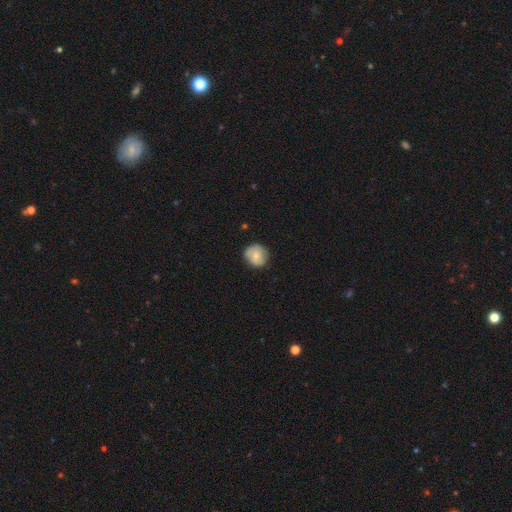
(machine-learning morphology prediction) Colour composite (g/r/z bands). It shows a smooth galaxy with no disk features (68%) that is round (87%). Merging: none (75%).